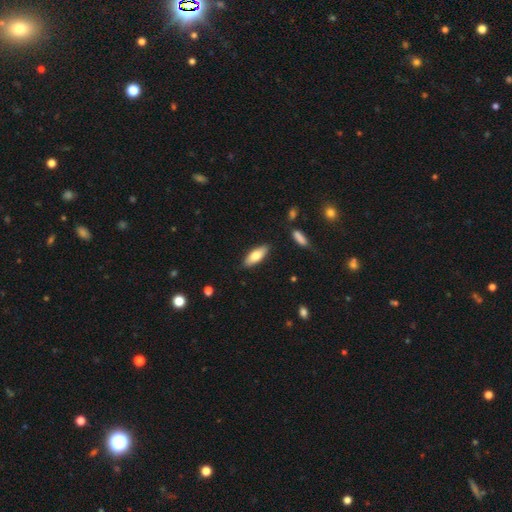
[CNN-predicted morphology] Smooth or featured: smooth — 76% (featured or disk — 18%)
How rounded: in between — 71% (cigar-shaped — 27%)
Merging: none — 86% (minor disturbance — 11%)